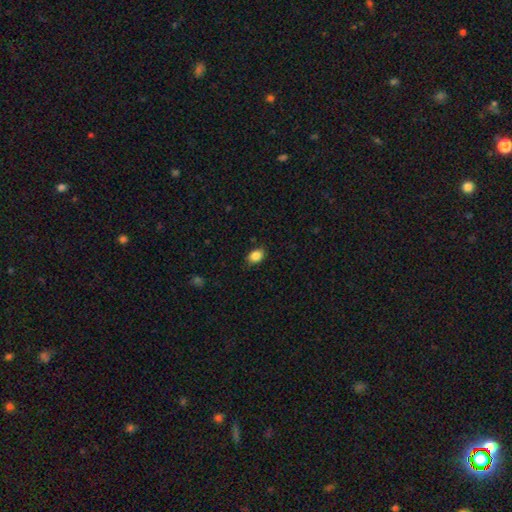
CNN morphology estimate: A smooth galaxy with no disk features (87%) that is in between round and cigar-shaped (75%).

Vote fractions:
- Smooth or featured? smooth: 87% / star or artifact: 9% / featured or disk: 4%
- How rounded? in between: 75% / round: 24% / cigar-shaped: 1%
- Merging? none: 83% / minor disturbance: 13% / major disturbance: 3% / merger: 1%